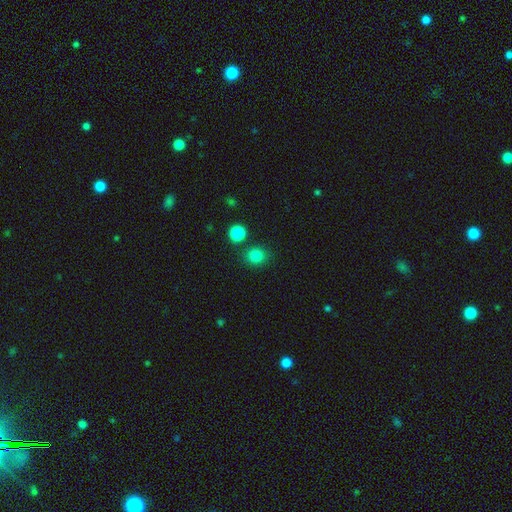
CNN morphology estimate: smooth 83%, star or artifact 13%, featured or disk 4%. Down the decision tree: how rounded — round (84%); merging — none (83%).